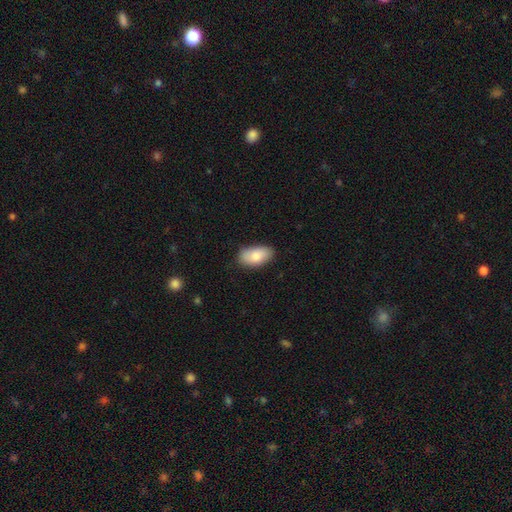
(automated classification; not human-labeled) smooth_or_featured: smooth (p=0.83) [alt: featured or disk p=0.11]
how_rounded: in between (p=0.94) [alt: round p=0.03]
merging: none (p=0.78) [alt: minor disturbance p=0.17]